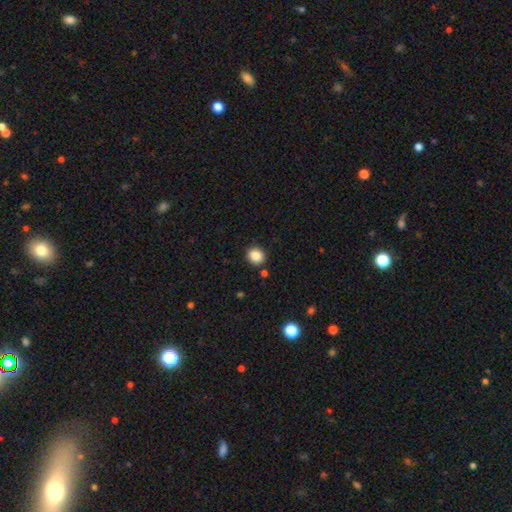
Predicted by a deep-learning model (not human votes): smooth_or_featured: smooth (p=0.86) [alt: star or artifact p=0.10]
how_rounded: round (p=0.74) [alt: in between p=0.25]
merging: none (p=0.88) [alt: minor disturbance p=0.07]